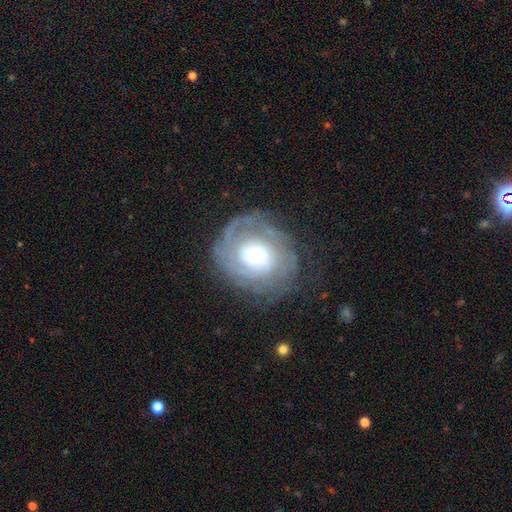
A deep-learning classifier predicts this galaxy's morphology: The model was most divided on "bulge size": small: 52%, moderate: 36%, large: 9%, dominant: 2%, none: 1%. Remaining: edge-on disk — no (97%); spiral arms — yes (83%); bar — no (80%); smooth or featured — featured or disk (74%); merging — none (68%); spiral winding — tight (67%); spiral arm count — can't tell (46%).